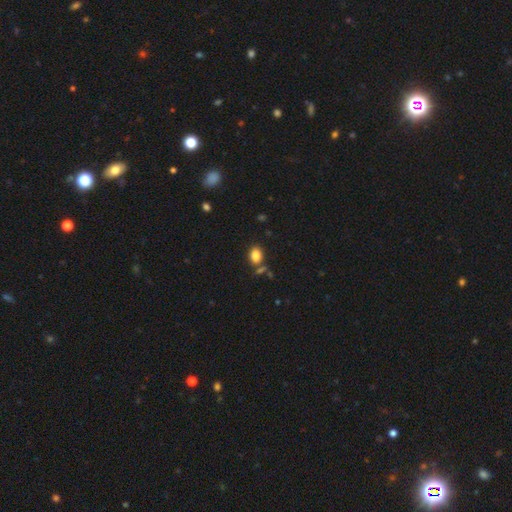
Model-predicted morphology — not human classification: The model was most divided on "how rounded": in between: 76%, round: 23%, cigar-shaped: 1%. More confident: smooth or featured — smooth (85%); merging — none (71%).